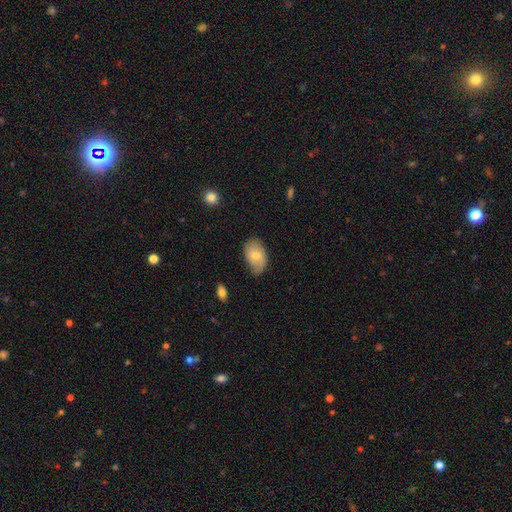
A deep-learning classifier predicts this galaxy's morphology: type=smooth (74%); roundness=in between (89%); merging=none (62%).